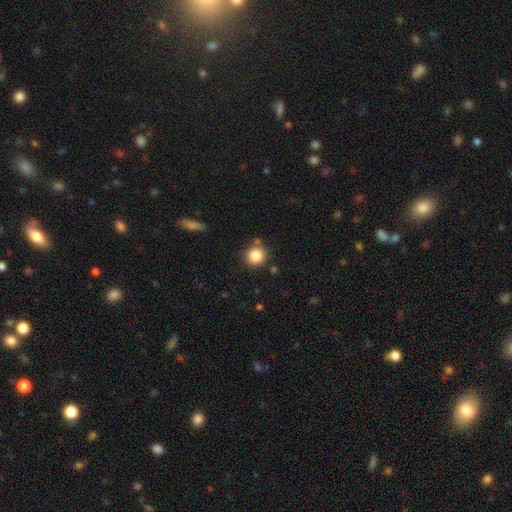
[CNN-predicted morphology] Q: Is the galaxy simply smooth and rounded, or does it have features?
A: smooth — 85%.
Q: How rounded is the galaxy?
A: round — 93%.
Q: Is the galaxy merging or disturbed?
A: none — 81%.